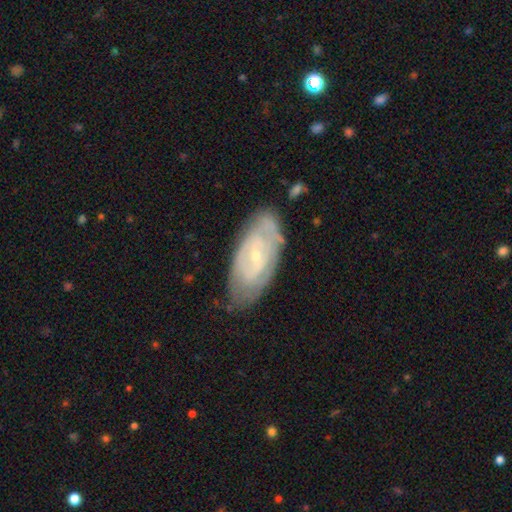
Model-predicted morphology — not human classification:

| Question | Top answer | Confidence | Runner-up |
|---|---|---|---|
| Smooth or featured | featured or disk | 73% | smooth (21%) |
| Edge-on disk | no | 93% | yes (7%) |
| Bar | no | 52% | weak (37%) |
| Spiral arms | yes | 76% | no (24%) |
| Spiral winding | tight | 62% | medium (29%) |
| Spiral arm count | can't tell | 49% | 2 (34%) |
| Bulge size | small | 76% | moderate (21%) |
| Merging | none | 68% | minor disturbance (23%) |